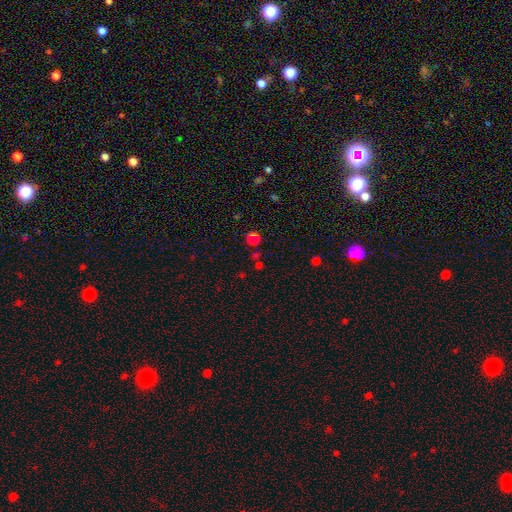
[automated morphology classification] Smooth or featured: smooth — 59% (star or artifact — 34%)
How rounded: round — 88% (in between — 11%)
Merging: none — 71% (merger — 16%)